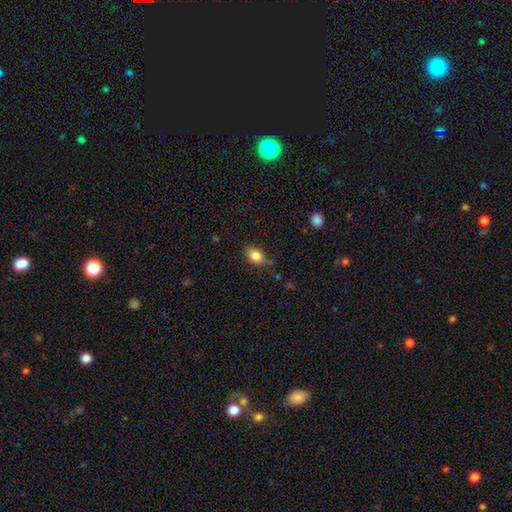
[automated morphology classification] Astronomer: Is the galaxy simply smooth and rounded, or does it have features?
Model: smooth — 84%.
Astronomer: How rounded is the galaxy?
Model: in between — 71%.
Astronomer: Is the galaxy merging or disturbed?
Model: none — 75%.